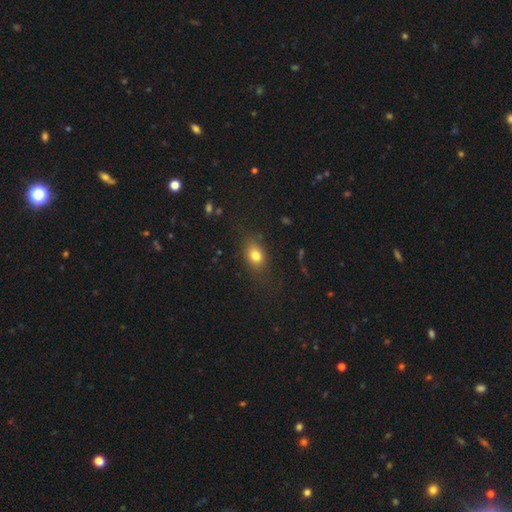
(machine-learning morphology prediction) smooth 79%, star or artifact 11%, featured or disk 10%. Down the decision tree: how rounded — in between (73%); merging — none (75%).